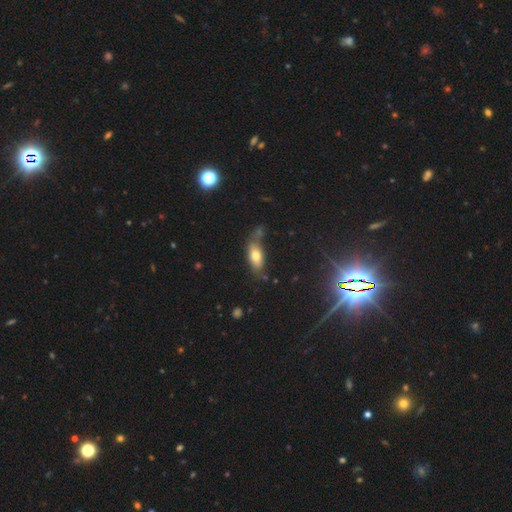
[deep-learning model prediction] A smooth galaxy with no disk features (71%) that is in between round and cigar-shaped (81%).

Vote fractions:
- Smooth or featured? smooth: 71% / featured or disk: 19% / star or artifact: 10%
- How rounded? in between: 81% / cigar-shaped: 15% / round: 4%
- Merging? none: 56% / minor disturbance: 23% / merger: 12% / major disturbance: 9%